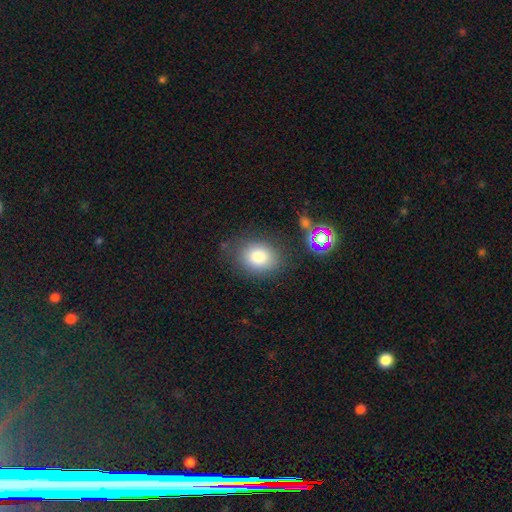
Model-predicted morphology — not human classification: Smooth or featured? smooth (80%)
How rounded? in between (52%)
Merging? none (77%)